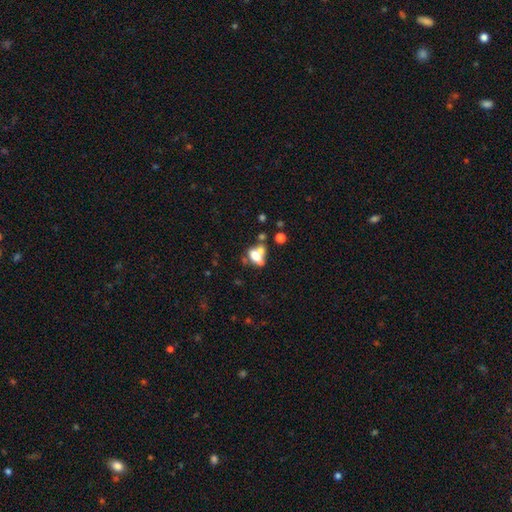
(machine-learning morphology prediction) Overall: smooth (55%; featured or disk 33%). How rounded: in between (74%). Merging: merger (43%; none 32%).